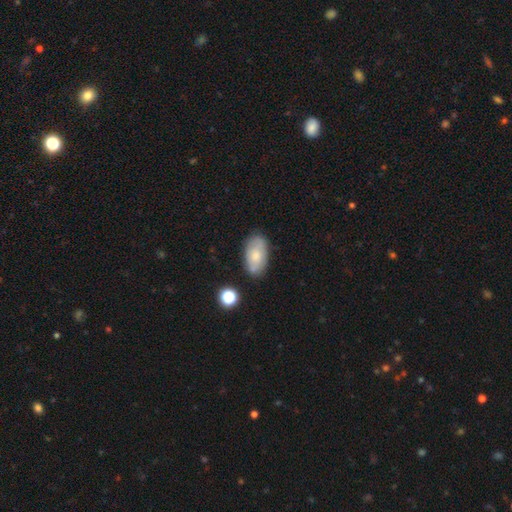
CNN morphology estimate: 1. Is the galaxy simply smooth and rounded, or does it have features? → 66% smooth, 26% featured or disk, 8% star or artifact.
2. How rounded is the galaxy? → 93% in between, 5% round, 2% cigar-shaped.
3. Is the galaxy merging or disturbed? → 74% none, 19% minor disturbance, 4% major disturbance, 3% merger.